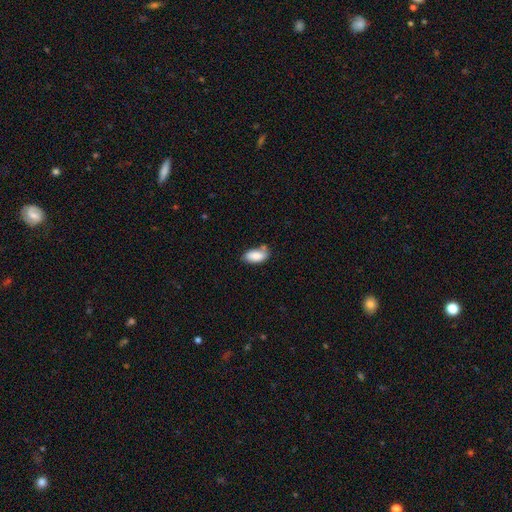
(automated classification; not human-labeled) A smooth galaxy with no disk features (87%) that is in between round and cigar-shaped (93%).

Vote fractions:
- Smooth or featured? smooth: 87% / star or artifact: 7% / featured or disk: 6%
- How rounded? in between: 93% / round: 4% / cigar-shaped: 3%
- Merging? none: 59% / minor disturbance: 26% / merger: 9% / major disturbance: 6%